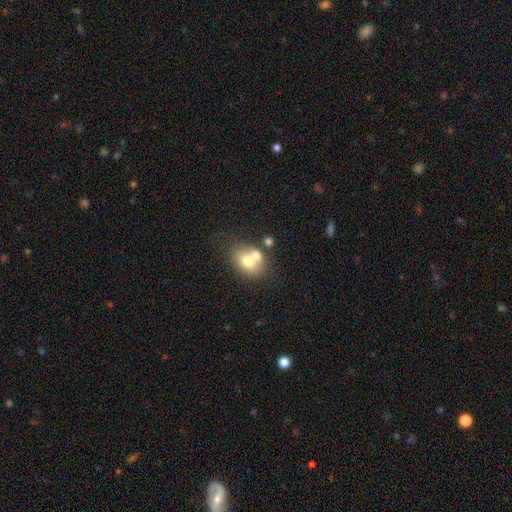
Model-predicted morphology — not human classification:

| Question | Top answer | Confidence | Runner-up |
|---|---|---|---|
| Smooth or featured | smooth | 68% | featured or disk (23%) |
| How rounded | in between | 60% | round (39%) |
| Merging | merger | 44% | none (40%) |